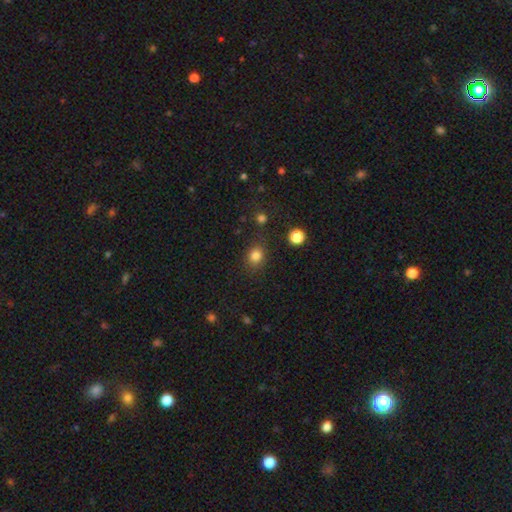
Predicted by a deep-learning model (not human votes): Smooth or featured? smooth (81%)
How rounded? round (73%)
Merging? none (82%)